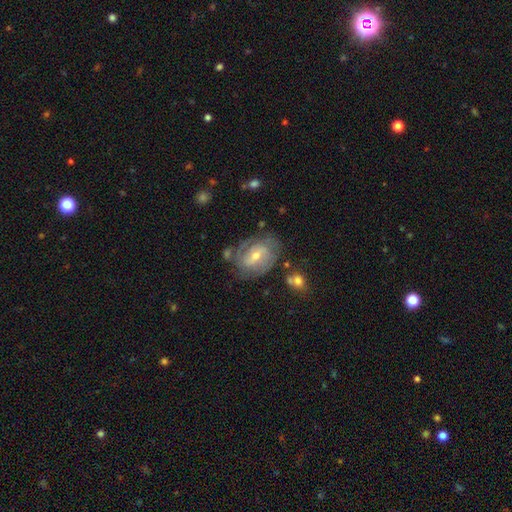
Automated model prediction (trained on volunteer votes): Smooth or featured? Predicted: featured or disk (p=0.77). Edge-on disk? Predicted: no (p=0.96). Bar? Predicted: weak (p=0.50). Spiral arms? Predicted: yes (p=0.87). Spiral winding? Predicted: tight (p=0.52). Spiral arm count? Predicted: 2 (p=0.45). Bulge size? Predicted: moderate (p=0.51). Merging? Predicted: none (p=0.61).